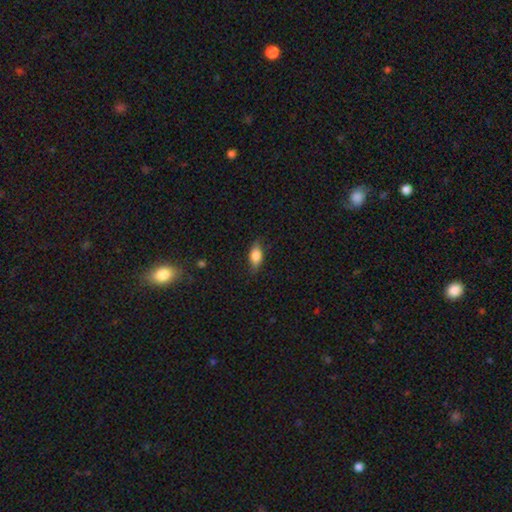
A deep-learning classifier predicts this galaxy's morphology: smooth 77%, featured or disk 16%, star or artifact 8%. Down the decision tree: how rounded — in between (83%); merging — none (78%).